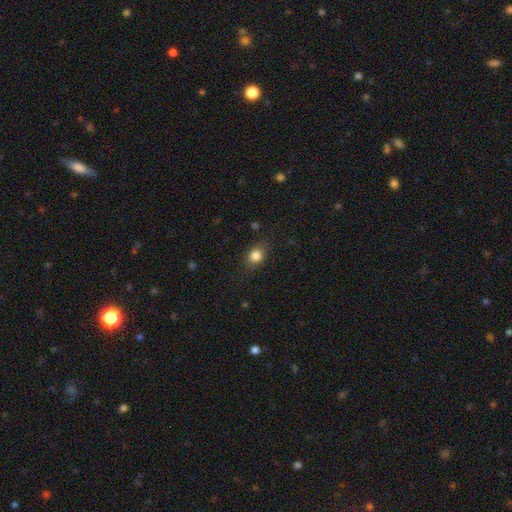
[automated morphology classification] Overall: smooth (82%). How rounded: round (52%; in between 46%). Merging: none (80%).